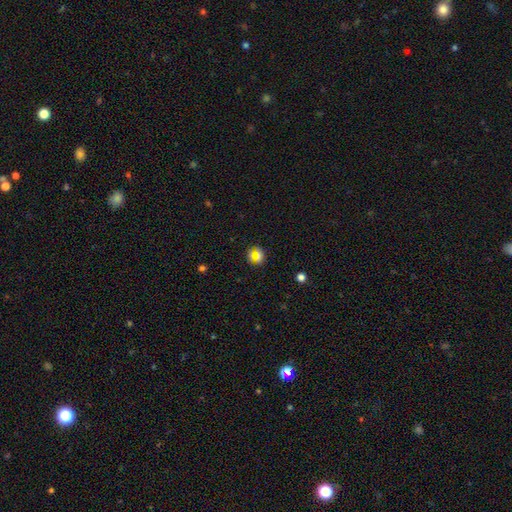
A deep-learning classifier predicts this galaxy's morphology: Q: Smooth or featured?
A: smooth (59%); runner-up: star or artifact (26%)
Q: How rounded?
A: round (81%); runner-up: in between (17%)
Q: Merging?
A: none (71%); runner-up: minor disturbance (12%)